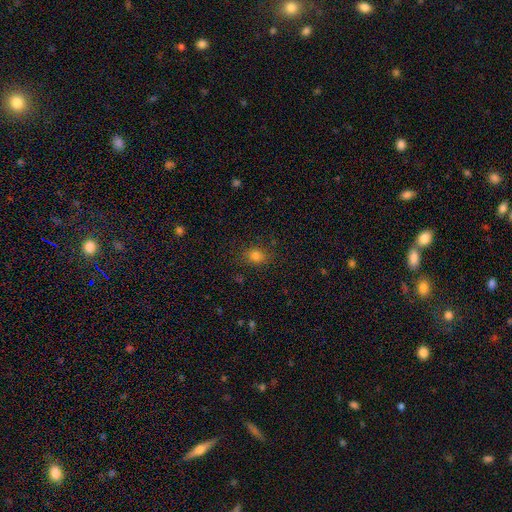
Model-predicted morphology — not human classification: Overall: smooth (78%). How rounded: round (54%; in between 45%). Merging: none (83%).